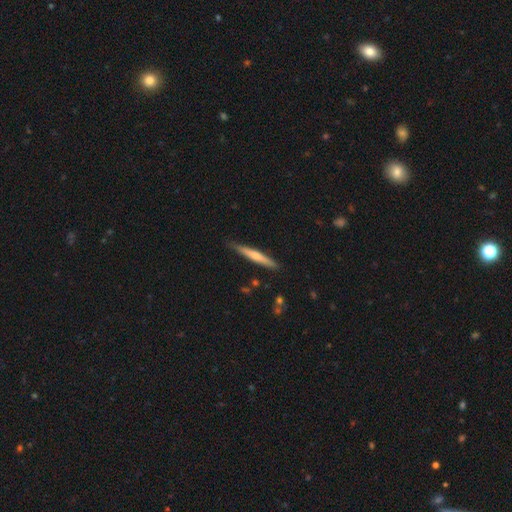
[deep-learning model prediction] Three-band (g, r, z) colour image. It shows a smooth galaxy with no disk features (51%) that is cigar-shaped (95%). Merging: none (85%).